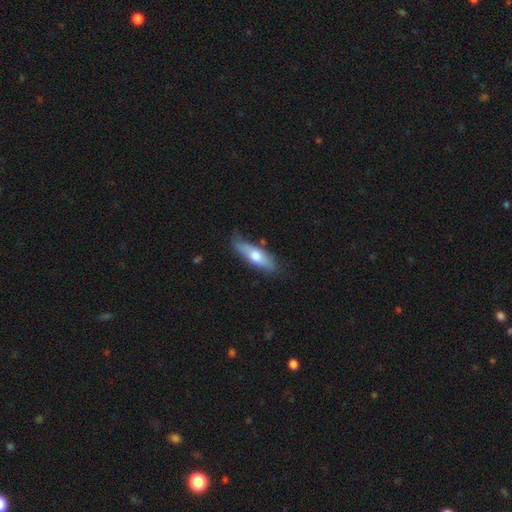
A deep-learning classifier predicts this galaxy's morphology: The model was most divided on "how rounded": cigar-shaped: 51%, in between: 46%, round: 2%. More confident: merging — none (68%); smooth or featured — smooth (62%).